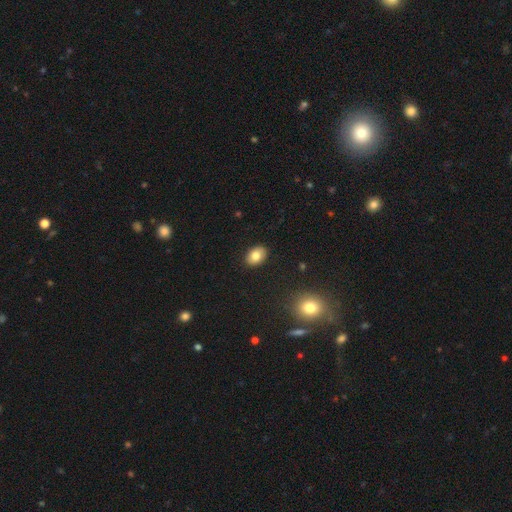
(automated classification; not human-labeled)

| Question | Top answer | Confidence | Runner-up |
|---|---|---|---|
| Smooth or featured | smooth | 81% | featured or disk (10%) |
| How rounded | in between | 82% | round (17%) |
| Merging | none | 90% | minor disturbance (8%) |